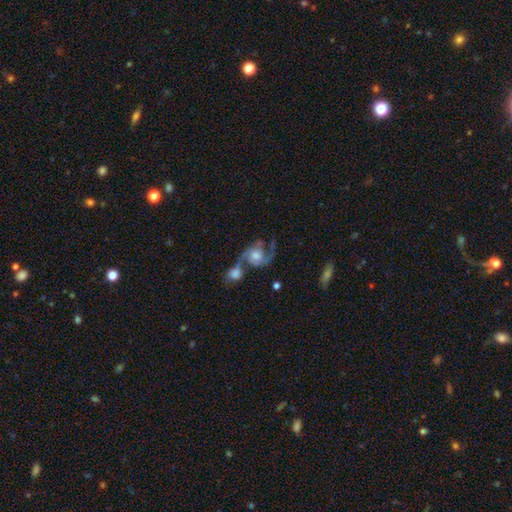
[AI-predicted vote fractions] smooth-or-featured: featured or disk: 85% | smooth: 9% | star or artifact: 6%
  disk-edge-on: no: 97% | yes: 3%
    bar: no: 67% | weak: 28% | strong: 6%
    has-spiral-arms: yes: 96% | no: 4%
      spiral-winding: medium: 52% | loose: 29% | tight: 19%
      spiral-arm-count: 2: 88% | can't tell: 4% | 3: 3% | 1: 3% | 4: 1% | more than 4: 1%
    bulge-size: moderate: 58% | small: 19% | large: 16% | none: 5% | dominant: 2%
  merging: merger: 45% | none: 34% | minor disturbance: 12% | major disturbance: 10%